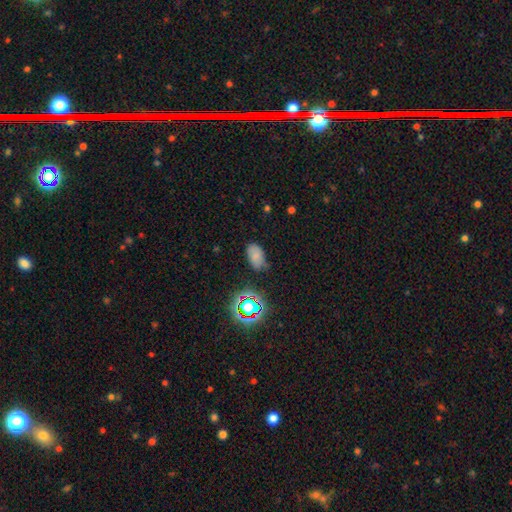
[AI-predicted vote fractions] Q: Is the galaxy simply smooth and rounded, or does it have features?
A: smooth — 70%.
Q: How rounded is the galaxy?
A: in between — 91%.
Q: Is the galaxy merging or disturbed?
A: none — 68%.